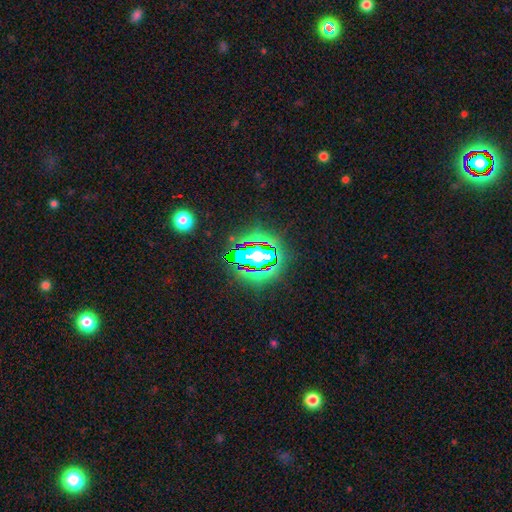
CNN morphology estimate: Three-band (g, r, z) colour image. It shows a star or artifact, not a galaxy (70%).